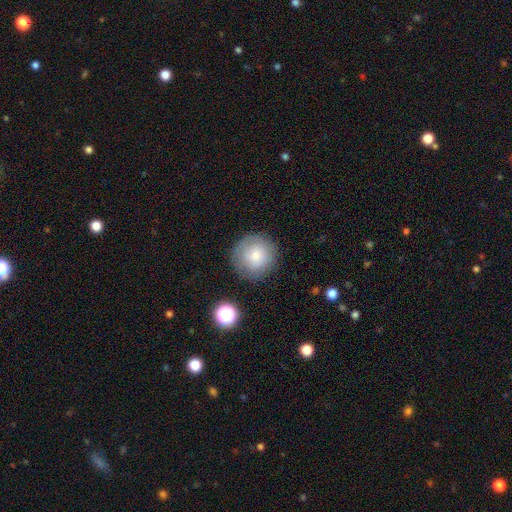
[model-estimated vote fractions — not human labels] This is likely a smooth galaxy (72%). How rounded: clearly round (94%). Merging: clearly none (83%).